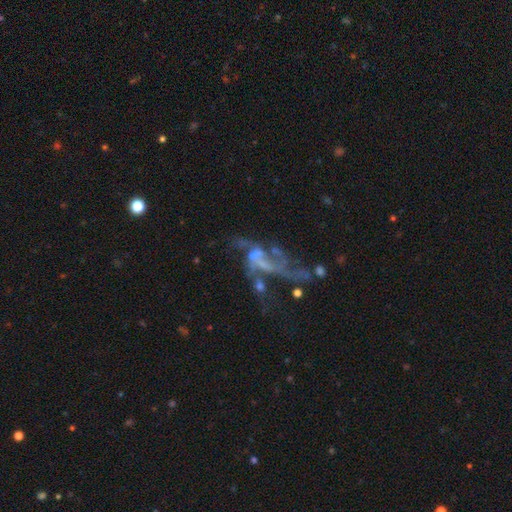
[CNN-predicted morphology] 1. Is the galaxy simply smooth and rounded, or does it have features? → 67% featured or disk, 20% star or artifact, 13% smooth.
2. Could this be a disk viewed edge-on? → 94% no, 6% yes.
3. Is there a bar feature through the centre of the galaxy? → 60% no, 25% weak, 15% strong.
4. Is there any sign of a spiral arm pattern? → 53% no, 47% yes.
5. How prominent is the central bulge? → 62% none, 22% small, 12% moderate, 2% large, 1% dominant.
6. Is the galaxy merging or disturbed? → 42% major disturbance, 27% merger, 21% none, 10% minor disturbance.